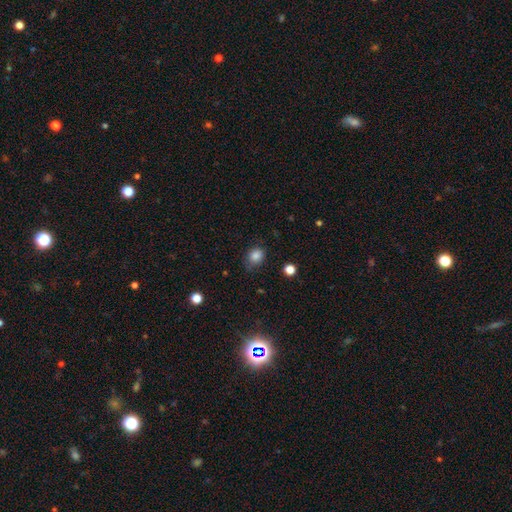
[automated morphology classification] smooth_or_featured: smooth (p=0.84) [alt: star or artifact p=0.11]
how_rounded: round (p=0.59) [alt: in between p=0.40]
merging: none (p=0.69) [alt: minor disturbance p=0.24]